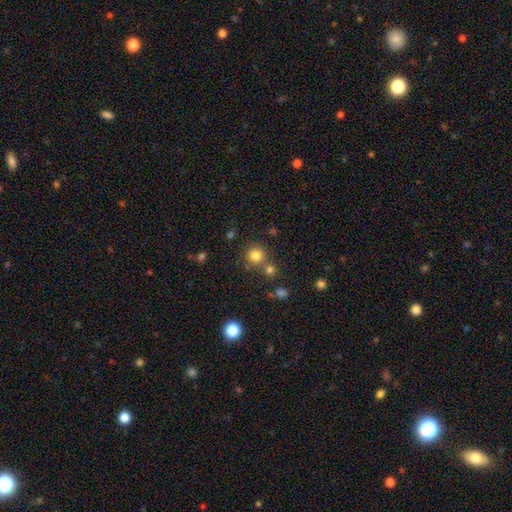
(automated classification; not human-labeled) Overall: smooth (80%). How rounded: round (93%). Merging: none (71%).